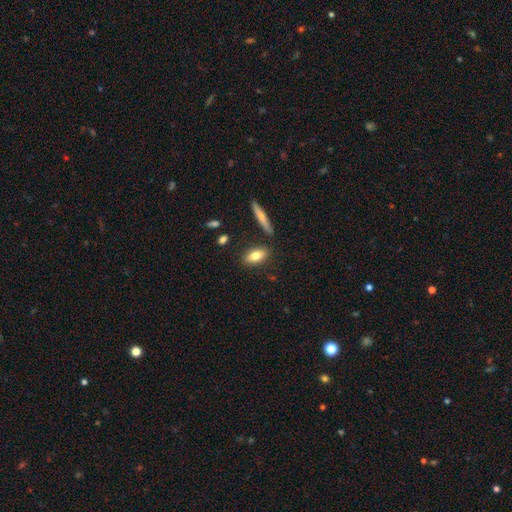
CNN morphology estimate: A smooth galaxy with no disk features (76%) that is in between round and cigar-shaped (80%).

Vote fractions:
- Smooth or featured? smooth: 76% / featured or disk: 17% / star or artifact: 7%
- How rounded? in between: 80% / cigar-shaped: 15% / round: 5%
- Merging? none: 81% / minor disturbance: 11% / merger: 5% / major disturbance: 3%